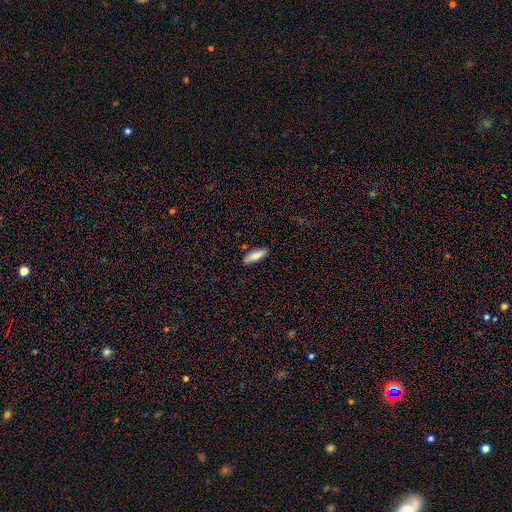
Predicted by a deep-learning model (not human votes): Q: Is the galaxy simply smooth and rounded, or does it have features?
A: smooth — 82%.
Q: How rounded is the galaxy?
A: cigar-shaped — 54%.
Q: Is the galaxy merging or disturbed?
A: none — 87%.